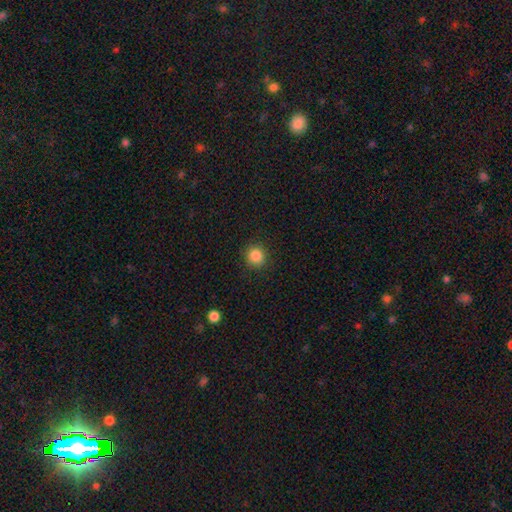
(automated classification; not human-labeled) This appears to be a smooth galaxy with no disk features (85%) that is round (91%). Merging: none (91%).